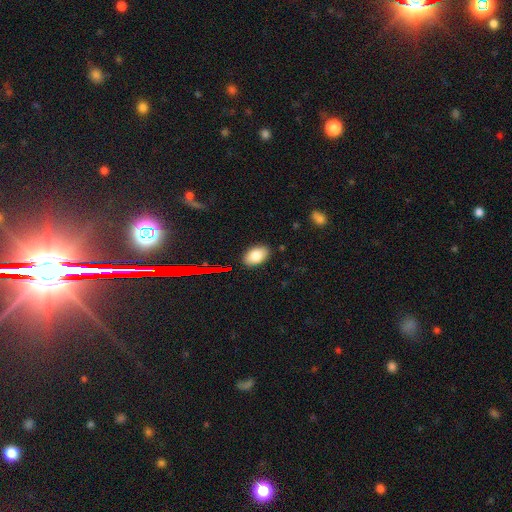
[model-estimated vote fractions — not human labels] Smooth or featured?
  - smooth: 81% *
  - star or artifact: 10%
  - featured or disk: 9%
How rounded?
  - in between: 91% *
  - round: 8%
  - cigar-shaped: 1%
Merging?
  - none: 87% *
  - minor disturbance: 10%
  - major disturbance: 2%
  - merger: 1%